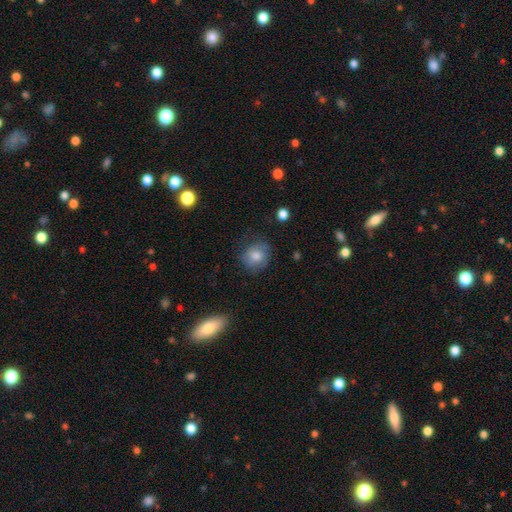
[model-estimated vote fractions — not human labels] A smooth galaxy with no disk features (72%) that is round (77%). Merging: none (72%).